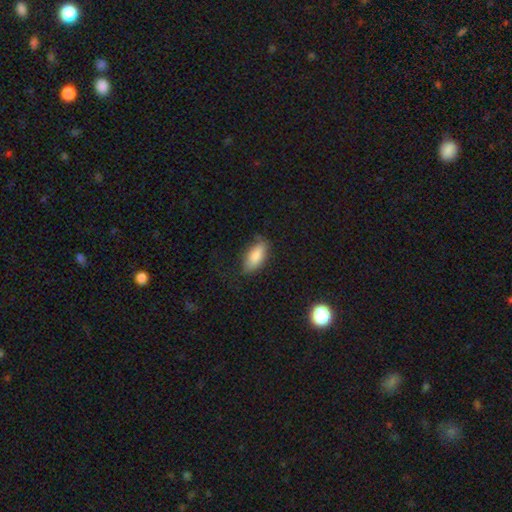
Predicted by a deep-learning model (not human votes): This is clearly a smooth galaxy (84%). How rounded: clearly in between (84%). Merging: likely none (73%).